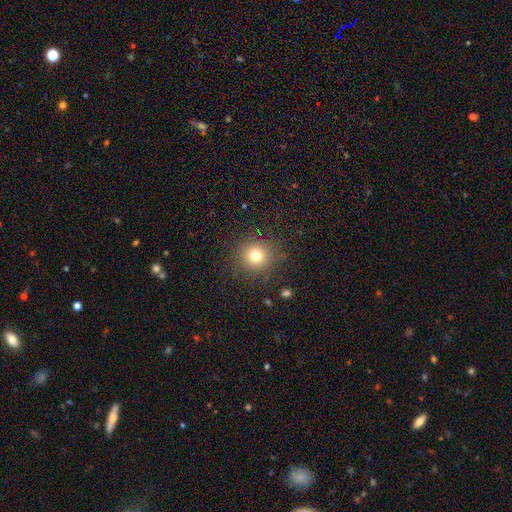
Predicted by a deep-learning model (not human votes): smooth_or_featured: smooth (p=0.77) [alt: star or artifact p=0.15]
how_rounded: round (p=0.92) [alt: in between p=0.07]
merging: none (p=0.88) [alt: minor disturbance p=0.08]